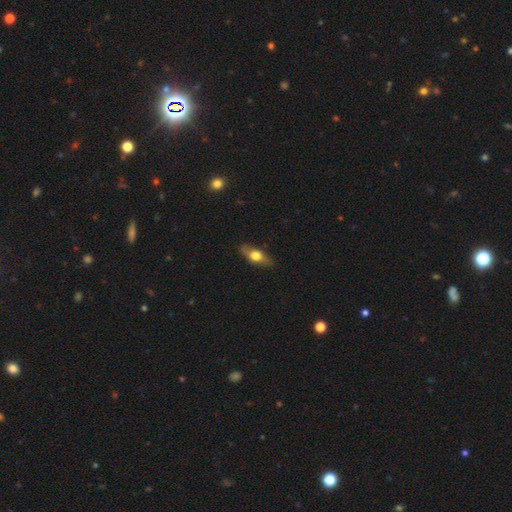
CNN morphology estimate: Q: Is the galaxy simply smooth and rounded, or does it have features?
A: smooth — 57%.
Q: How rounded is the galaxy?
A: in between — 66%.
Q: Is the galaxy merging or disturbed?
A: none — 83%.